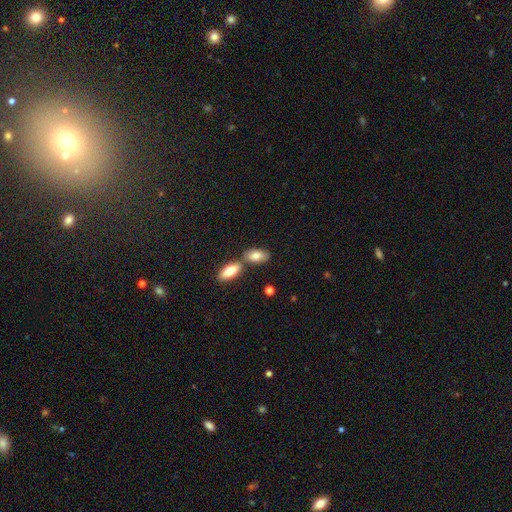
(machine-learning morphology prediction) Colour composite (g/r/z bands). It shows a smooth galaxy with no disk features (79%) that is in between round and cigar-shaped (90%). Merging: none (58%).